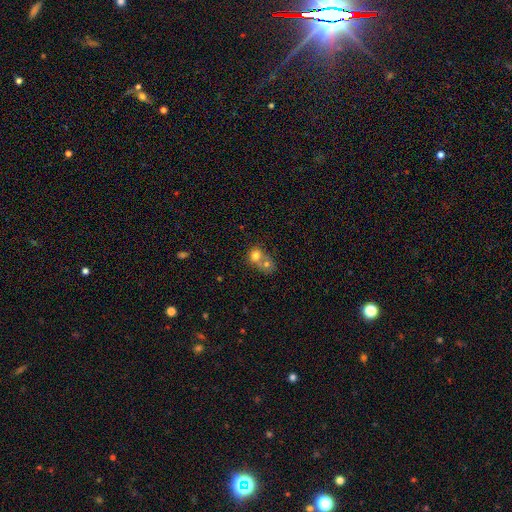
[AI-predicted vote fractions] This is likely a smooth galaxy (72%). How rounded: likely round (73%). Merging: likely merger (68%).